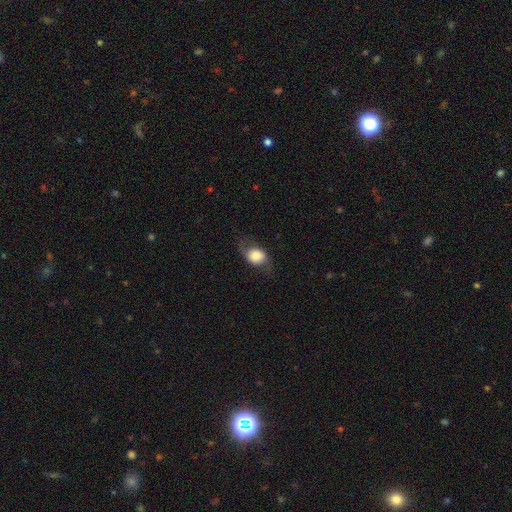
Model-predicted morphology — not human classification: A smooth galaxy with no disk features (56%) that is round (50%).

Vote fractions:
- Smooth or featured? smooth: 56% / featured or disk: 35% / star or artifact: 9%
- How rounded? round: 50% / in between: 48% / cigar-shaped: 2%
- Merging? none: 65% / minor disturbance: 21% / major disturbance: 13% / merger: 1%